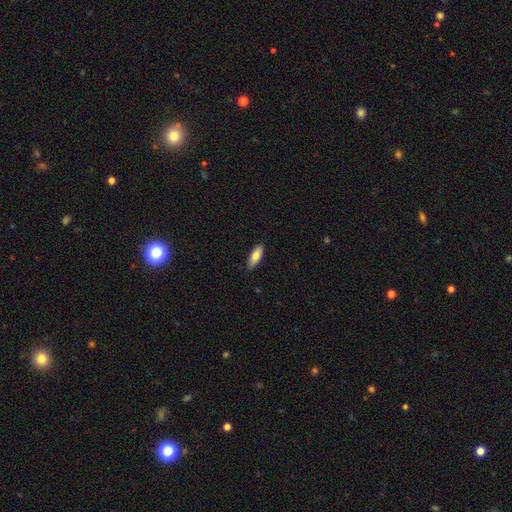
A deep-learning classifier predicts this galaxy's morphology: smooth 78%, featured or disk 16%, star or artifact 6%. Down the decision tree: how rounded — in between (70%); merging — none (88%).